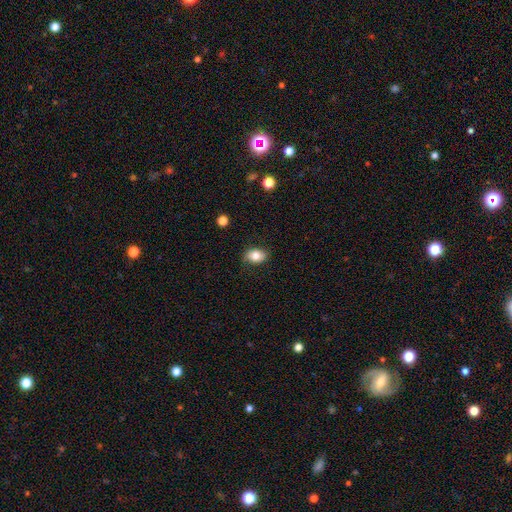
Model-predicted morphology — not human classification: smooth-or-featured: smooth: 79% | featured or disk: 12% | star or artifact: 8%
  how-rounded: in between: 81% | round: 18% | cigar-shaped: 1%
  merging: none: 80% | minor disturbance: 16% | major disturbance: 4% | merger: 1%